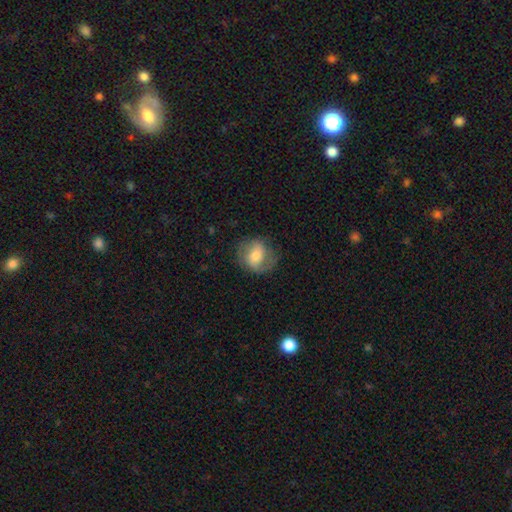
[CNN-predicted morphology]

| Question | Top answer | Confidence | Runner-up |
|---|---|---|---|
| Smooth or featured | smooth | 52% | featured or disk (41%) |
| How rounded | round | 64% | in between (34%) |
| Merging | none | 72% | minor disturbance (18%) |